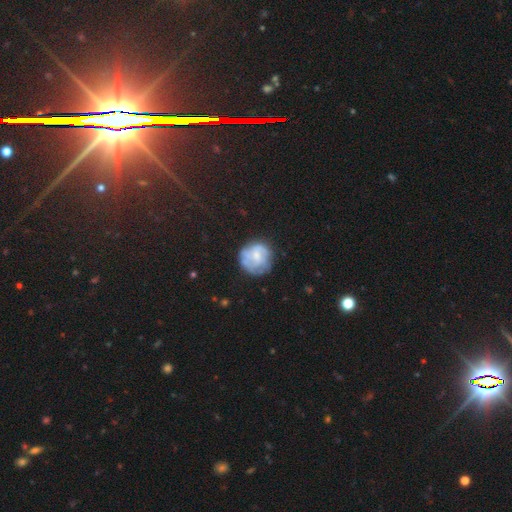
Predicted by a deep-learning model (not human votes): smooth_or_featured: featured or disk (p=0.50) [alt: smooth p=0.42]
merging: none (p=0.65) [alt: minor disturbance p=0.21]